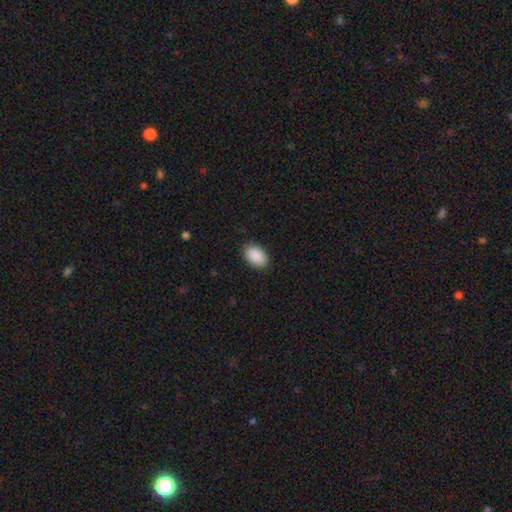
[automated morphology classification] type=smooth (91%); roundness=in between (91%); merging=none (89%).